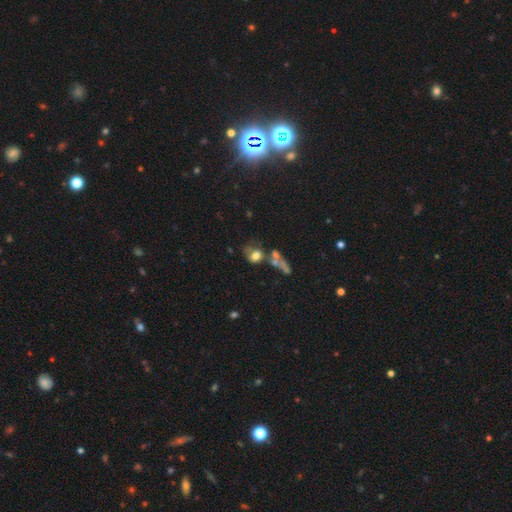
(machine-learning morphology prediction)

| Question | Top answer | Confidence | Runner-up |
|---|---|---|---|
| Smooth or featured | smooth | 57% | featured or disk (29%) |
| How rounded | in between | 50% | round (48%) |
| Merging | merger | 40% | none (25%) |